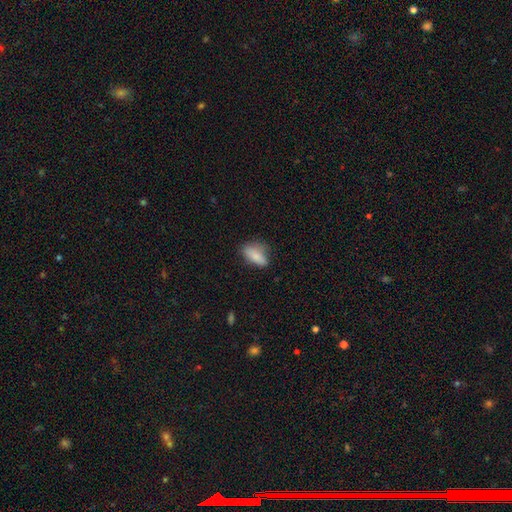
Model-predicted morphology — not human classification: Smooth or featured?
  - smooth: 82% *
  - featured or disk: 10%
  - star or artifact: 8%
How rounded?
  - in between: 83% *
  - cigar-shaped: 12%
  - round: 5%
Merging?
  - none: 58% *
  - minor disturbance: 31%
  - major disturbance: 9%
  - merger: 2%